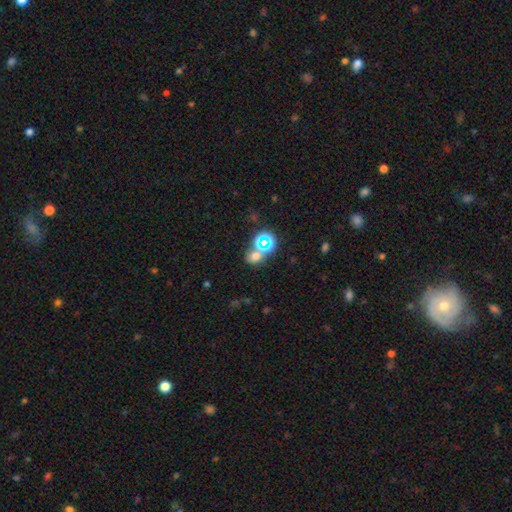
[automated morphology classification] type=smooth (57%); roundness=round (65%); merging=none (53%).